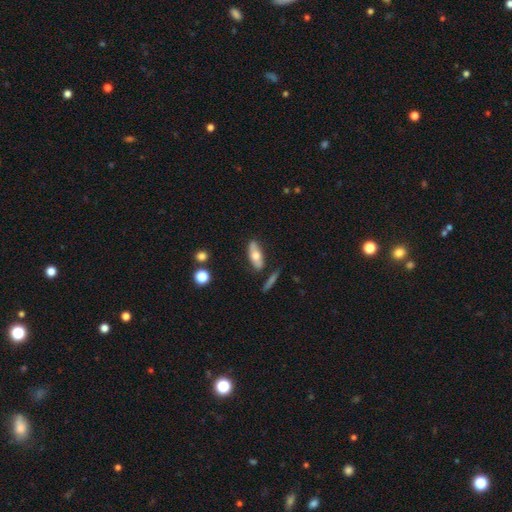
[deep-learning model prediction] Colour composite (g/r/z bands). It shows a smooth galaxy with no disk features (59%) that is in between round and cigar-shaped (70%). Merging: none (77%).